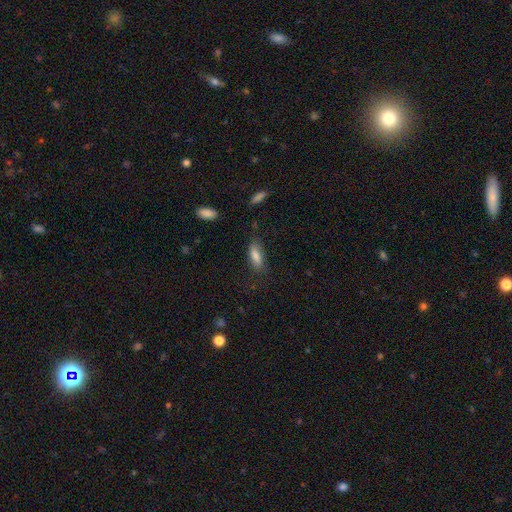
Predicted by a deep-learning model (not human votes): smooth-or-featured: smooth: 80% | featured or disk: 12% | star or artifact: 8%
  how-rounded: in between: 70% | cigar-shaped: 28% | round: 2%
  merging: none: 70% | minor disturbance: 22% | major disturbance: 7% | merger: 2%